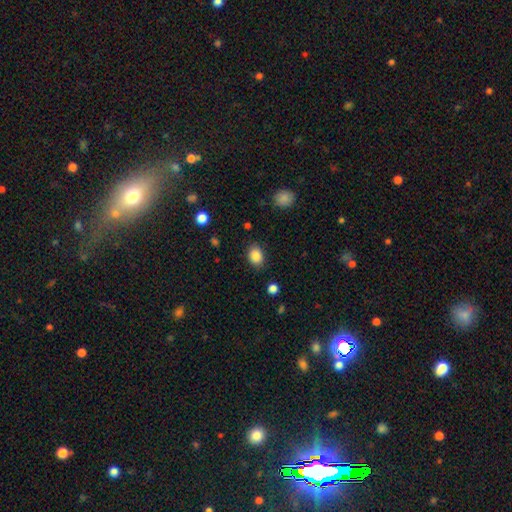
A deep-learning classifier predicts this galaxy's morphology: This is clearly a smooth galaxy (87%). How rounded: likely in between (65%). Merging: clearly none (84%).